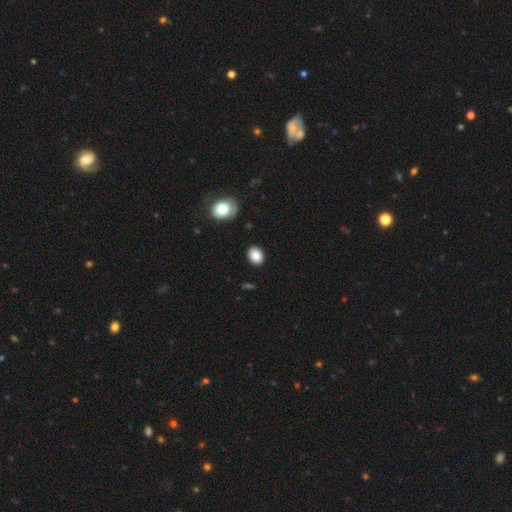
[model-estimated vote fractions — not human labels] Smooth or featured? Predicted: smooth (p=0.87). How rounded? Predicted: in between (p=0.64). Merging? Predicted: none (p=0.88).